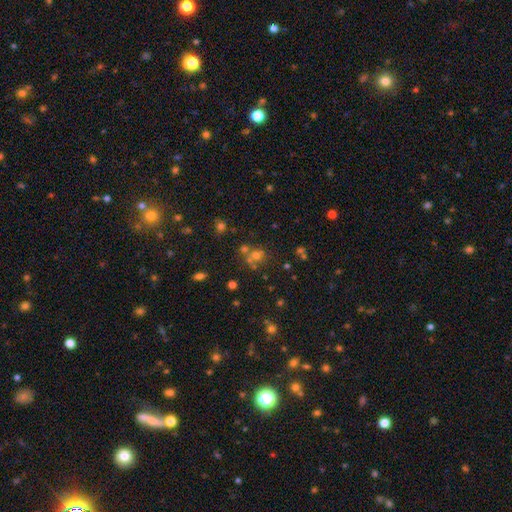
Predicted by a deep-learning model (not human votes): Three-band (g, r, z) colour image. It shows a smooth galaxy with no disk features (52%) that is round (81%). Merging: none (52%).